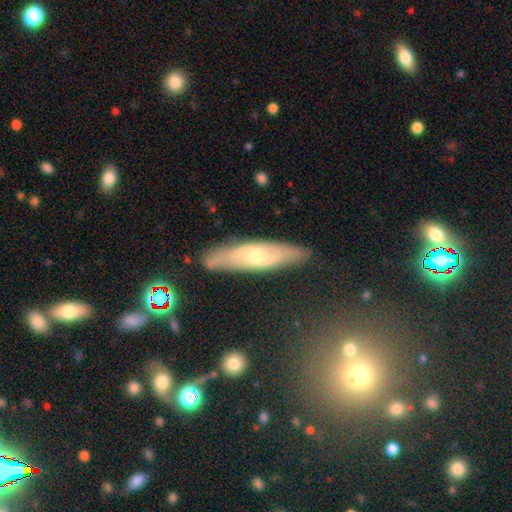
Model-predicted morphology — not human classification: featured or disk 64%, smooth 29%, star or artifact 7%. Down the decision tree: edge-on disk — no (60%); merging — none (80%).